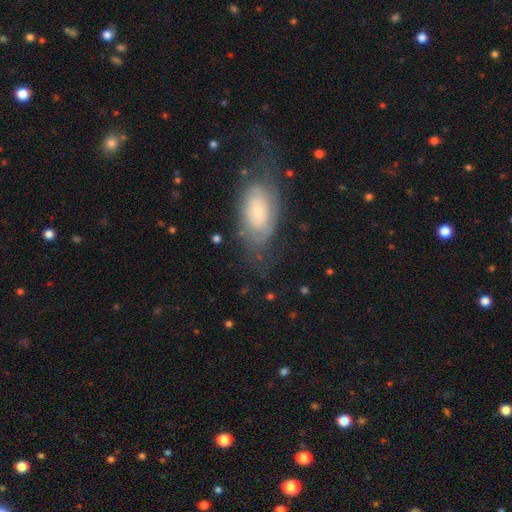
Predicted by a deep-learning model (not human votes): This is possibly a featured or disk galaxy (53%). It is clearly not viewed edge-on (83%). Merging: likely none (66%).